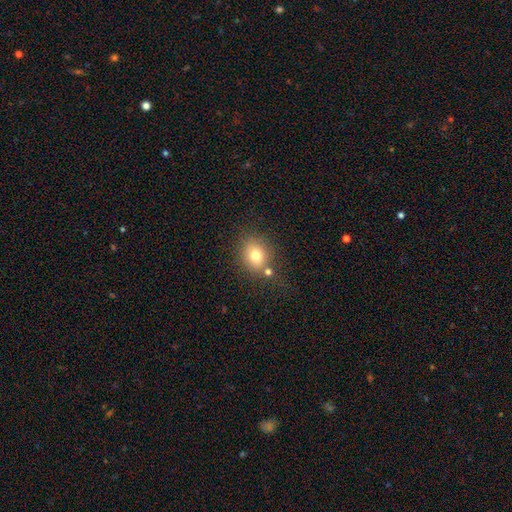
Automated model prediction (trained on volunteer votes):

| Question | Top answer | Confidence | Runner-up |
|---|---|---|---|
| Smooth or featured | smooth | 76% | featured or disk (12%) |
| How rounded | round | 67% | in between (32%) |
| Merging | none | 63% | merger (17%) |